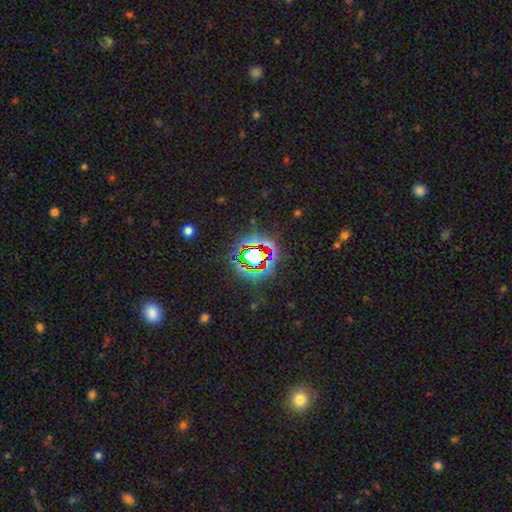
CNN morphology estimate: This is likely a star or artifact rather than a galaxy (73%).